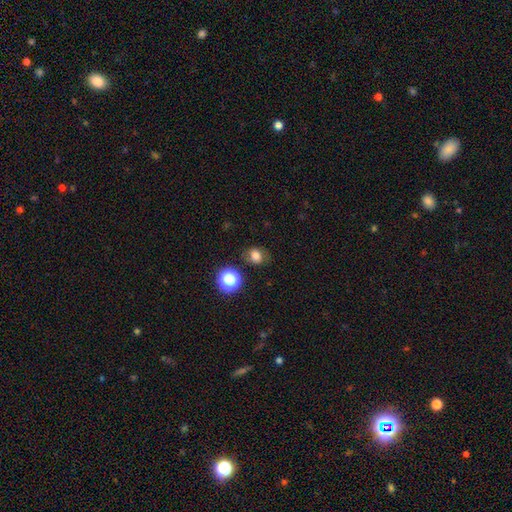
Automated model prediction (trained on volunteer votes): Smooth or featured: smooth — 76% (star or artifact — 15%)
How rounded: round — 58% (in between — 41%)
Merging: none — 77% (minor disturbance — 15%)